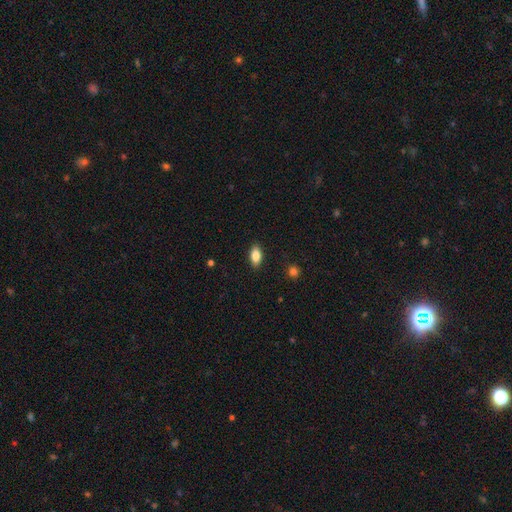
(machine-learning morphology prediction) smooth_or_featured: smooth (p=0.85) [alt: featured or disk p=0.08]
how_rounded: in between (p=0.89) [alt: cigar-shaped p=0.07]
merging: none (p=0.88) [alt: minor disturbance p=0.09]